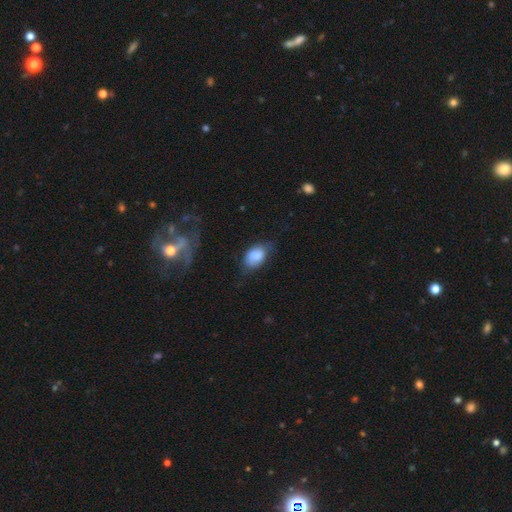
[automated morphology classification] A smooth galaxy with no disk features (79%) that is in between round and cigar-shaped (83%). Merging: none (46%).